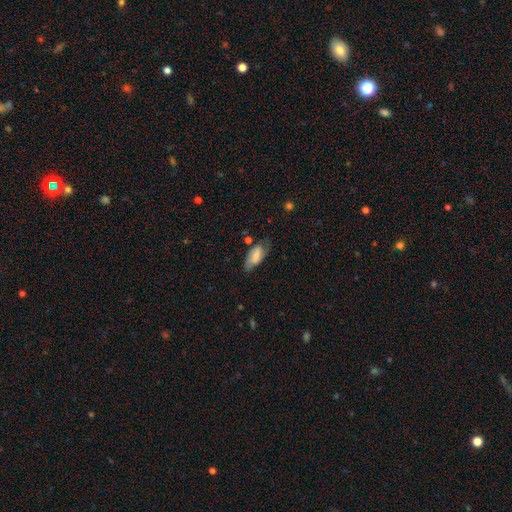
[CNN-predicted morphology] Q: Smooth or featured?
A: smooth (65%); runner-up: featured or disk (27%)
Q: How rounded?
A: in between (87%); runner-up: cigar-shaped (10%)
Q: Merging?
A: none (54%); runner-up: minor disturbance (31%)